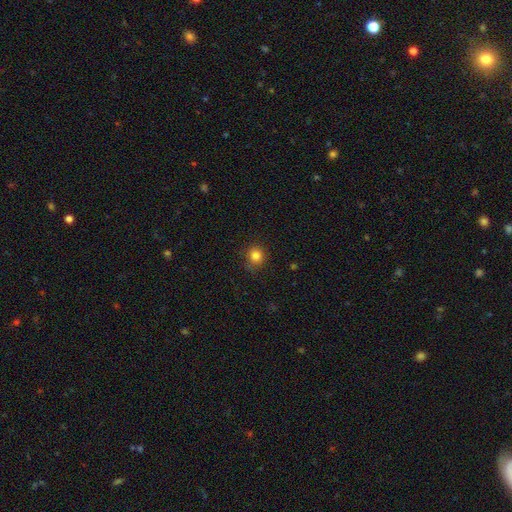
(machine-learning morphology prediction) smooth 82%, star or artifact 13%, featured or disk 5%. Down the decision tree: how rounded — round (89%); merging — none (84%).